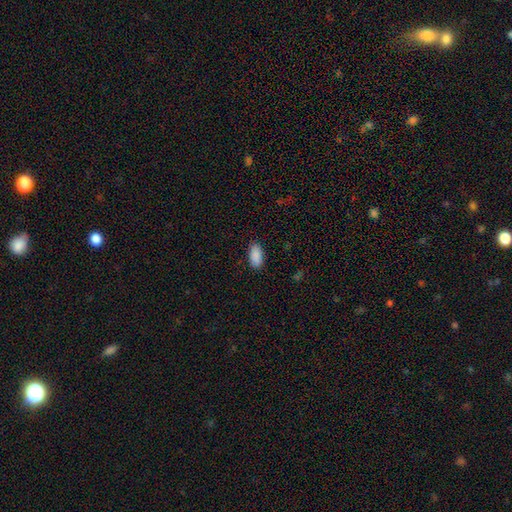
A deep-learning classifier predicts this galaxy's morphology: Smooth or featured?
  - smooth: 90% *
  - star or artifact: 7%
  - featured or disk: 3%
How rounded?
  - in between: 93% *
  - cigar-shaped: 5%
  - round: 2%
Merging?
  - none: 88% *
  - minor disturbance: 9%
  - major disturbance: 2%
  - merger: 1%